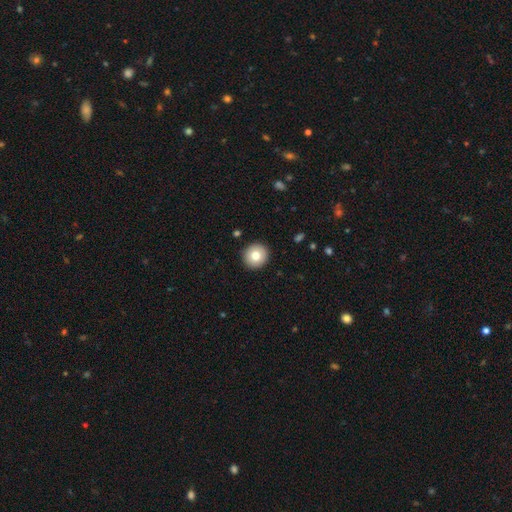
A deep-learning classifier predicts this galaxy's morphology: smooth_or_featured: smooth (p=0.78) [alt: featured or disk p=0.13]
how_rounded: round (p=0.93) [alt: in between p=0.06]
merging: none (p=0.92) [alt: minor disturbance p=0.05]